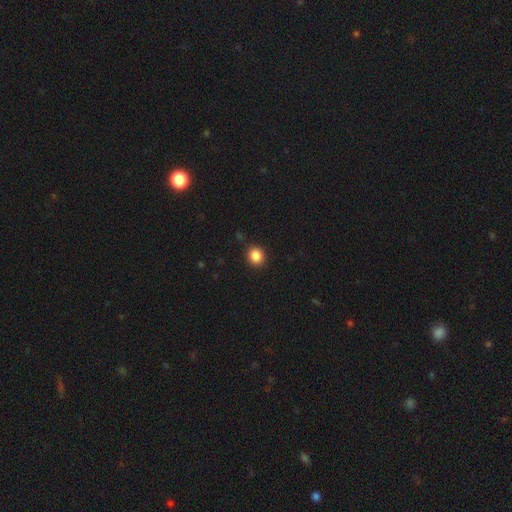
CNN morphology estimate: Smooth or featured?
  - smooth: 86% *
  - star or artifact: 10%
  - featured or disk: 3%
How rounded?
  - round: 85% *
  - in between: 14%
  - cigar-shaped: 1%
Merging?
  - none: 91% *
  - minor disturbance: 6%
  - major disturbance: 2%
  - merger: 1%